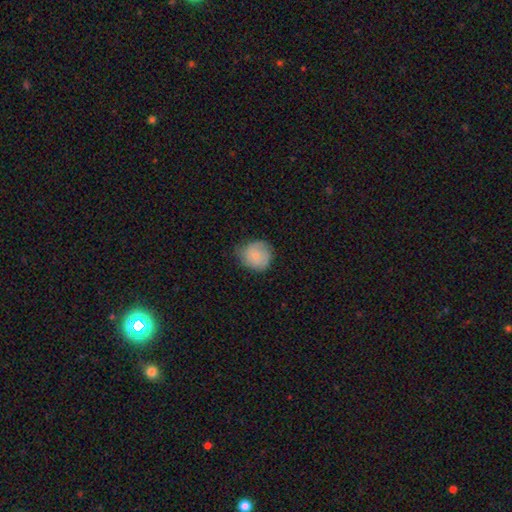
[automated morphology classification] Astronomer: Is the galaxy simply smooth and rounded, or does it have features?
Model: smooth — 73%.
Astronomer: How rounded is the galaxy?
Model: round — 82%.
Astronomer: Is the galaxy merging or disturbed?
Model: none — 61%.